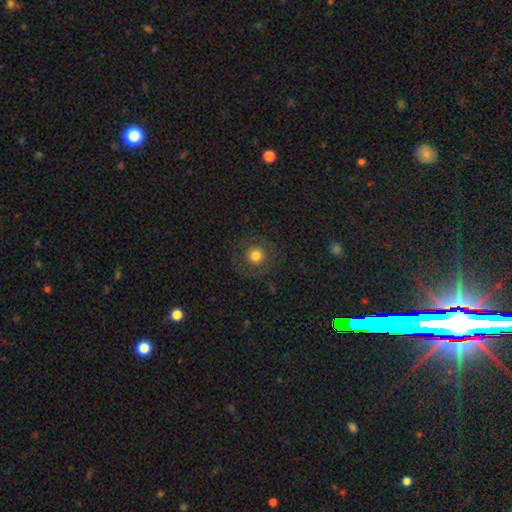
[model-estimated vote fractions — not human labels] Smooth or featured? Predicted: smooth (p=0.76). How rounded? Predicted: round (p=0.95). Merging? Predicted: none (p=0.85).